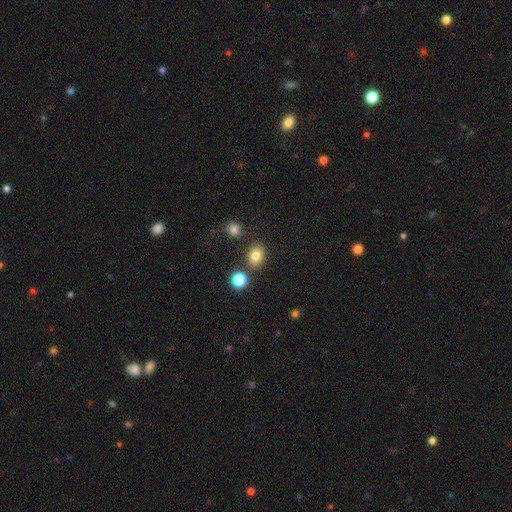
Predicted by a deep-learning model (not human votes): Smooth or featured? Predicted: smooth (p=0.82). How rounded? Predicted: round (p=0.51). Merging? Predicted: none (p=0.79).